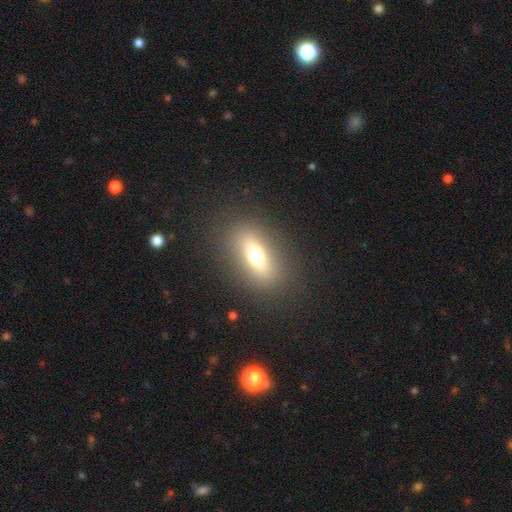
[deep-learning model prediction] Q: Smooth or featured?
A: smooth (62%); runner-up: featured or disk (25%)
Q: How rounded?
A: in between (70%); runner-up: cigar-shaped (21%)
Q: Merging?
A: none (86%); runner-up: minor disturbance (9%)